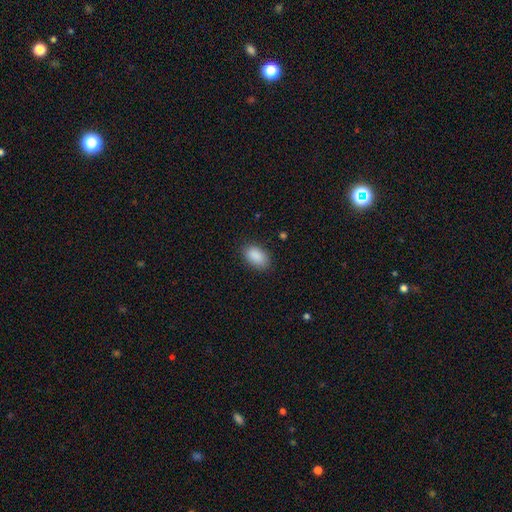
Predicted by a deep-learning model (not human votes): A smooth galaxy with no disk features (90%) that is in between round and cigar-shaped (93%). Merging: none (85%).